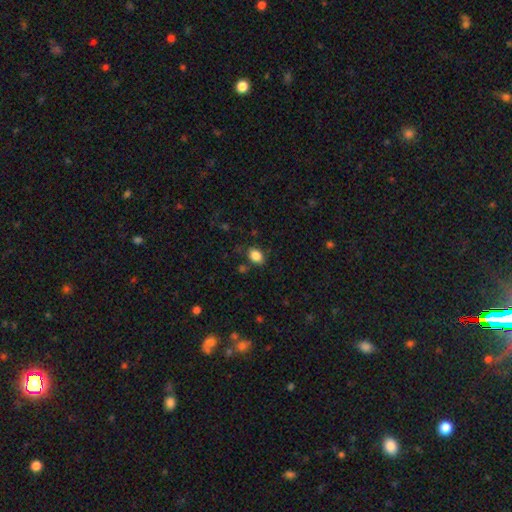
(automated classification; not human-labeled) Smooth or featured? Predicted: smooth (p=0.86). How rounded? Predicted: in between (p=0.74). Merging? Predicted: none (p=0.80).